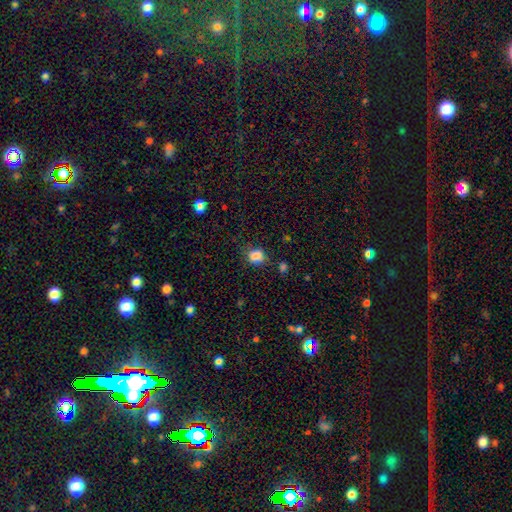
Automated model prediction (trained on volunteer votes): A smooth galaxy with no disk features (82%) that is round (60%).

Vote fractions:
- Smooth or featured? smooth: 82% / star or artifact: 11% / featured or disk: 7%
- How rounded? round: 60% / in between: 39% / cigar-shaped: 1%
- Merging? none: 70% / minor disturbance: 21% / major disturbance: 6% / merger: 3%